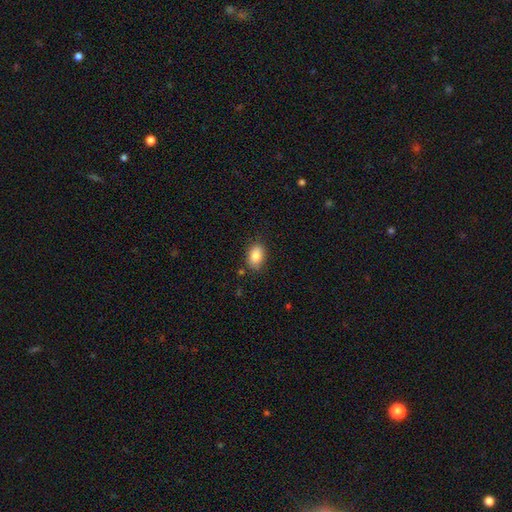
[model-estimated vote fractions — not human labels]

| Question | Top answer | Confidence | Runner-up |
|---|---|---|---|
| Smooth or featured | smooth | 84% | featured or disk (8%) |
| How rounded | in between | 86% | round (12%) |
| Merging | none | 82% | minor disturbance (13%) |